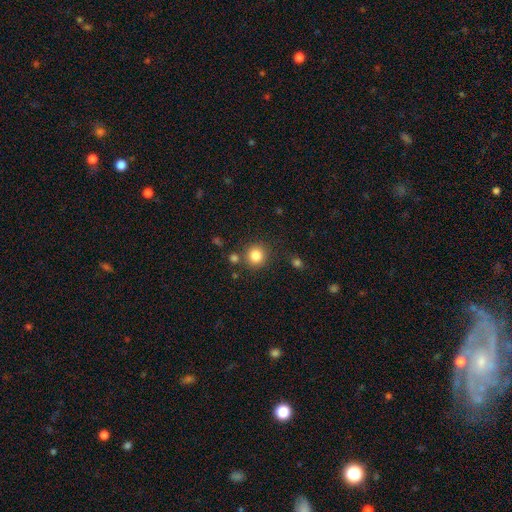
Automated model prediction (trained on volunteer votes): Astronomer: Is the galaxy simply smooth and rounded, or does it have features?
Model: smooth — 84%.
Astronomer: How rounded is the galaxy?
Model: round — 91%.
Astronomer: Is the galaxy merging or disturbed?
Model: none — 82%.